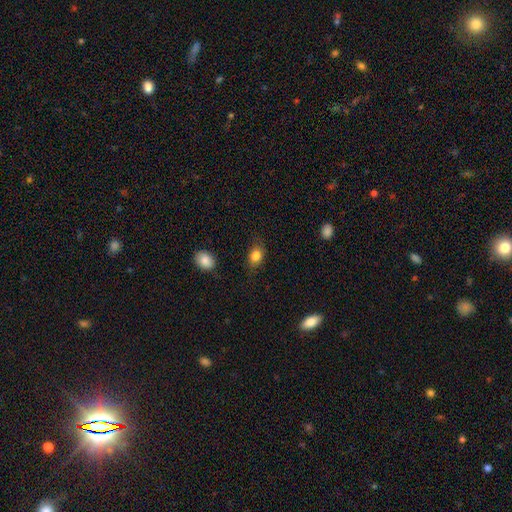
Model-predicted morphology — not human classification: smooth 84%, star or artifact 9%, featured or disk 7%. Down the decision tree: how rounded — in between (69%); merging — none (74%).